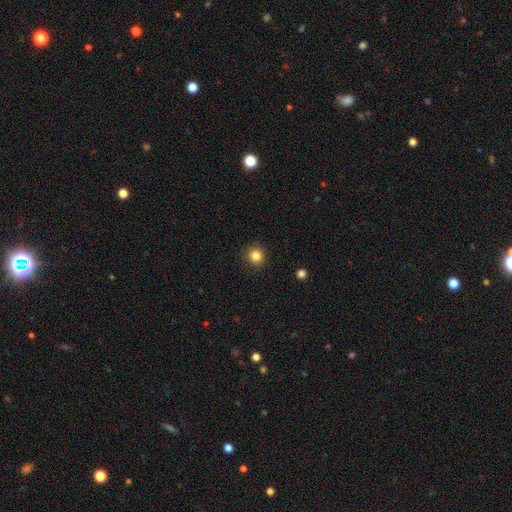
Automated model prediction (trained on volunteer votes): A smooth galaxy with no disk features (84%) that is round (91%). Merging: none (89%).